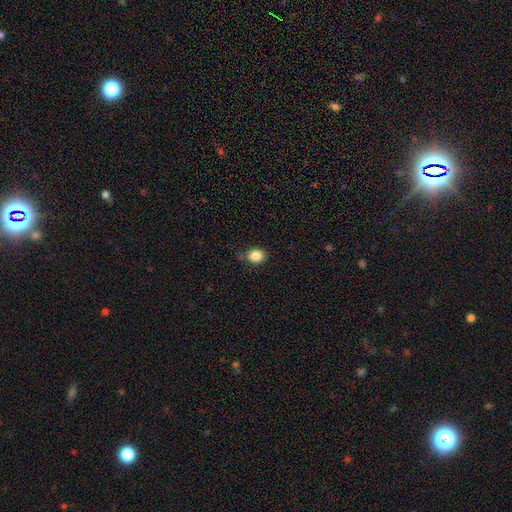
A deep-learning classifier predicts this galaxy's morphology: This appears to be a smooth galaxy with no disk features (86%) that is round (57%). Merging: none (75%).